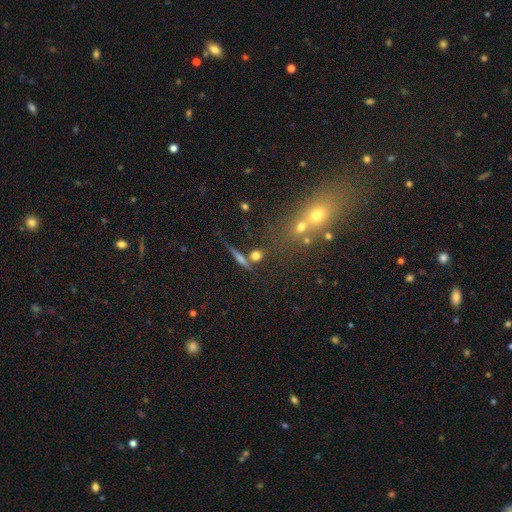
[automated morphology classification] A smooth galaxy with no disk features (60%) that is round (39%).

Vote fractions:
- Smooth or featured? smooth: 60% / featured or disk: 24% / star or artifact: 16%
- How rounded? round: 39% / cigar-shaped: 37% / in between: 23%
- Merging? none: 67% / merger: 17% / minor disturbance: 11% / major disturbance: 6%